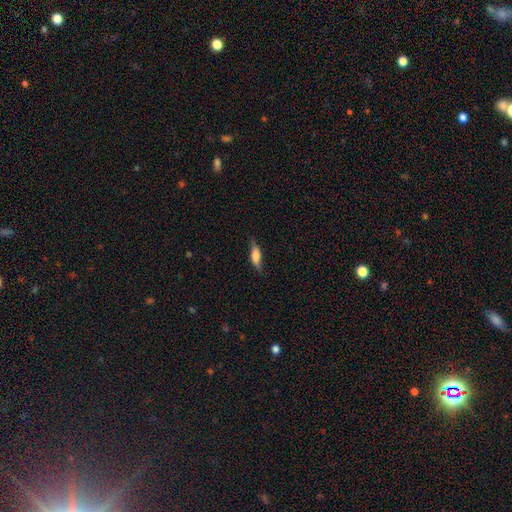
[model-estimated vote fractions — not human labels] A smooth galaxy with no disk features (64%) that is cigar-shaped (50%). Merging: none (72%).